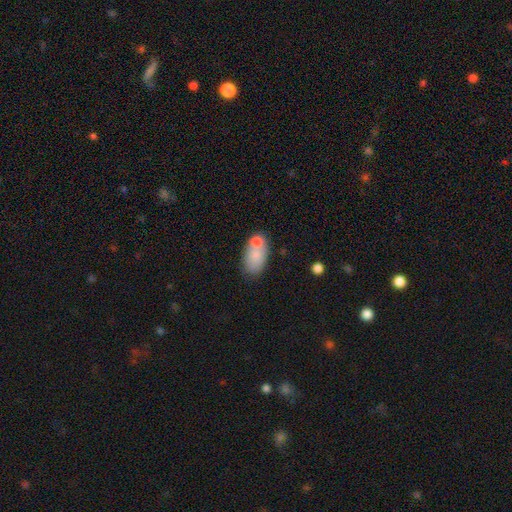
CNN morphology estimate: This appears to be a smooth galaxy with no disk features (76%) that is in between round and cigar-shaped (88%). Merging: none (46%).